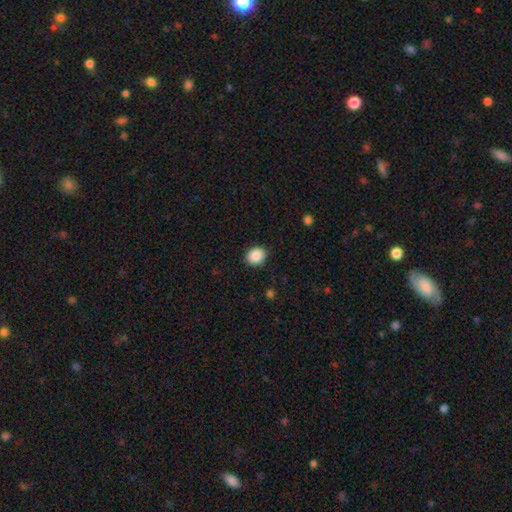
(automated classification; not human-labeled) Morphology: type=smooth (88%); roundness=round (73%); merging=none (90%).